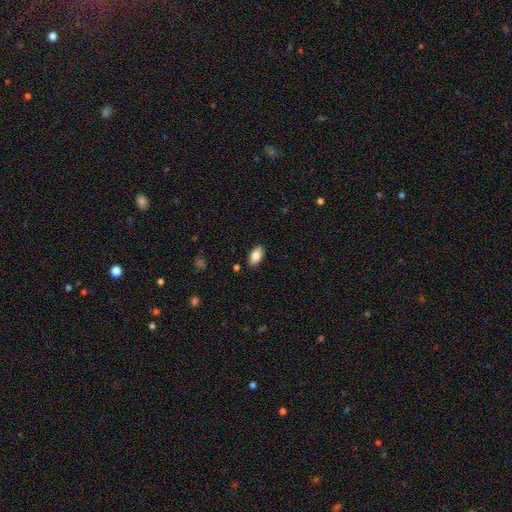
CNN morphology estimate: smooth-or-featured: smooth: 83% | featured or disk: 10% | star or artifact: 7%
  how-rounded: in between: 91% | cigar-shaped: 5% | round: 3%
  merging: none: 87% | minor disturbance: 9% | major disturbance: 2% | merger: 1%